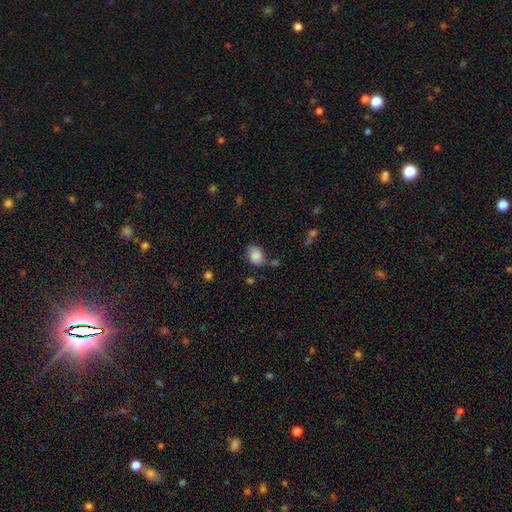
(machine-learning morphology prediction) Smooth or featured: smooth — 78% (featured or disk — 12%)
How rounded: in between — 73% (round — 25%)
Merging: none — 60% (minor disturbance — 27%)